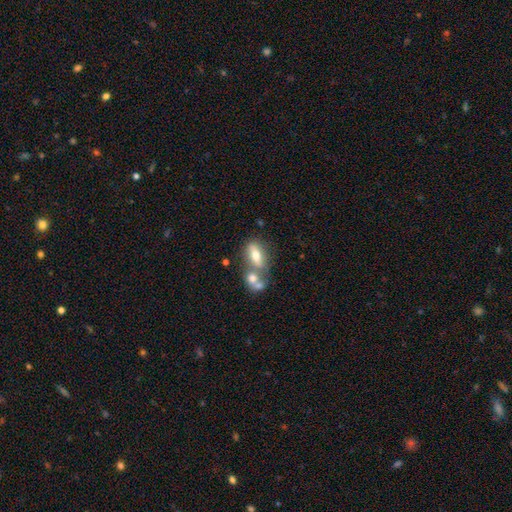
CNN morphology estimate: smooth_or_featured: smooth (p=0.63) [alt: featured or disk p=0.28]
how_rounded: in between (p=0.77) [alt: cigar-shaped p=0.14]
merging: merger (p=0.50) [alt: none p=0.35]